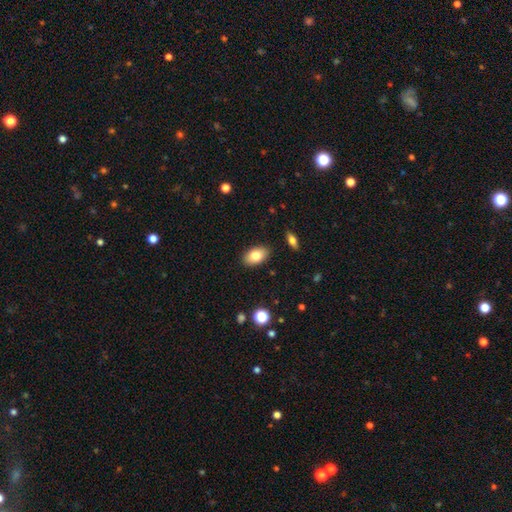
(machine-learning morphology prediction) Smooth or featured: smooth — 80% (featured or disk — 12%)
How rounded: in between — 91% (round — 7%)
Merging: none — 88% (minor disturbance — 8%)